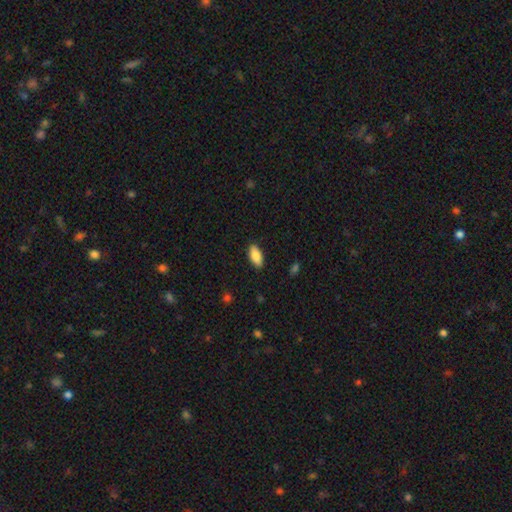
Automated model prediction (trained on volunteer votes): A smooth galaxy with no disk features (84%) that is in between round and cigar-shaped (88%). Merging: none (88%).